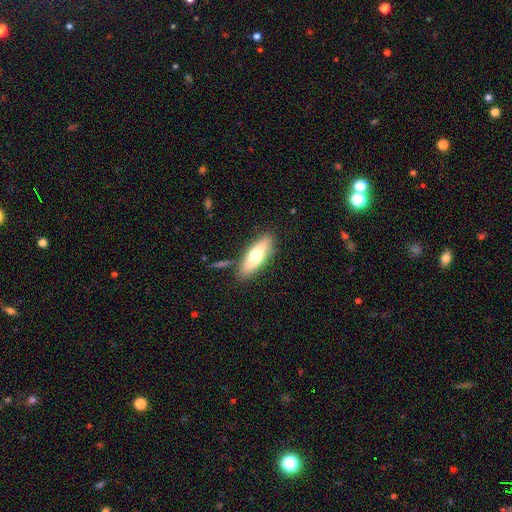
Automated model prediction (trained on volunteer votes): Smooth or featured?
  - smooth: 64% *
  - featured or disk: 30%
  - star or artifact: 6%
How rounded?
  - in between: 60% *
  - cigar-shaped: 38%
  - round: 3%
Merging?
  - none: 81% *
  - minor disturbance: 11%
  - merger: 5%
  - major disturbance: 3%